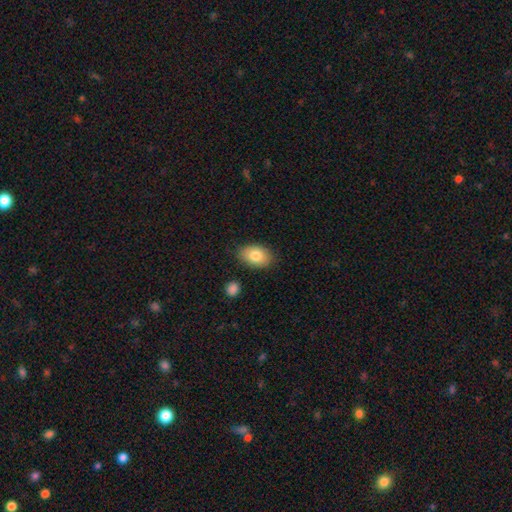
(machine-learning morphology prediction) Q: Smooth or featured?
A: smooth (81%); runner-up: featured or disk (11%)
Q: How rounded?
A: in between (88%); runner-up: round (11%)
Q: Merging?
A: none (84%); runner-up: minor disturbance (12%)